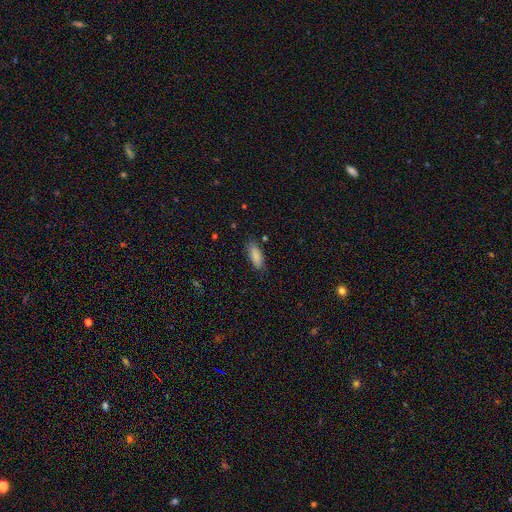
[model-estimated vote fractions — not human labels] Overall: smooth (87%). How rounded: in between (71%). Merging: none (82%).